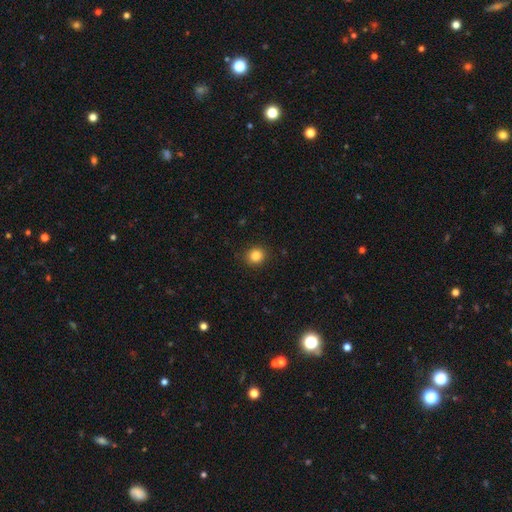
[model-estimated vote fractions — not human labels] Q: Smooth or featured?
A: smooth (85%); runner-up: star or artifact (11%)
Q: How rounded?
A: round (84%); runner-up: in between (15%)
Q: Merging?
A: none (91%); runner-up: minor disturbance (6%)